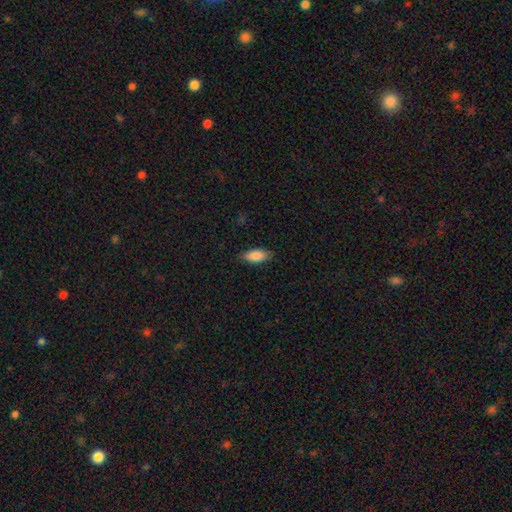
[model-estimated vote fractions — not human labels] smooth 86%, featured or disk 7%, star or artifact 7%. Down the decision tree: how rounded — in between (84%); merging — none (86%).